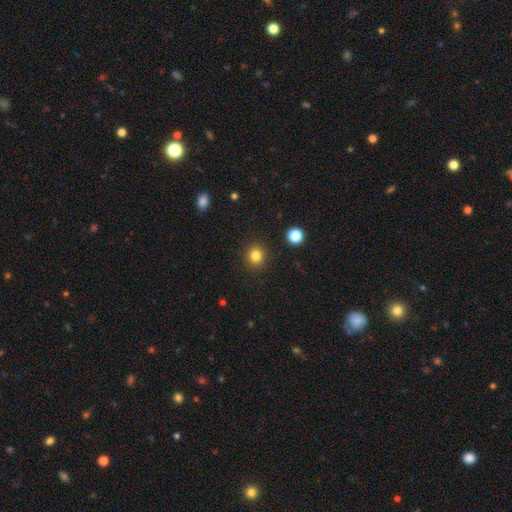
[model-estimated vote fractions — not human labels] Smooth or featured? Predicted: smooth (p=0.83). How rounded? Predicted: round (p=0.85). Merging? Predicted: none (p=0.90).